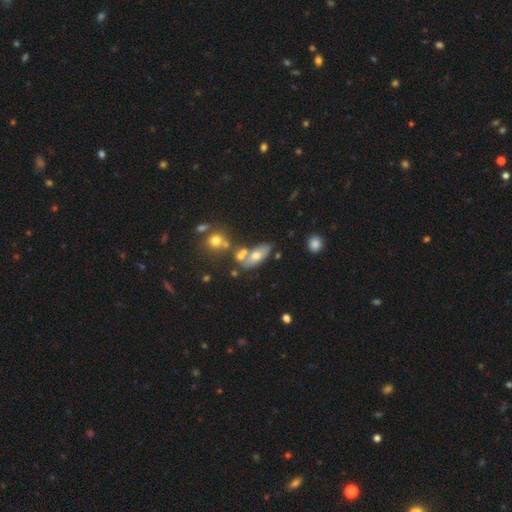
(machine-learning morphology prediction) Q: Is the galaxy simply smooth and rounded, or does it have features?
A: smooth — 53%.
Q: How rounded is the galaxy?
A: in between — 80%.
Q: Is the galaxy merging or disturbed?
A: none — 48%.